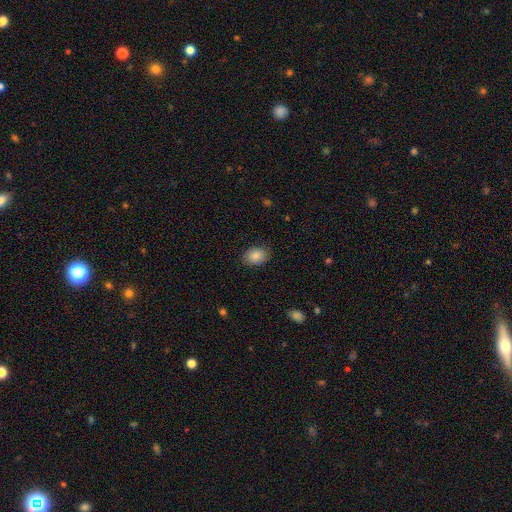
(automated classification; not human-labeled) This is clearly a smooth galaxy (87%). How rounded: likely in between (75%). Merging: clearly none (84%).